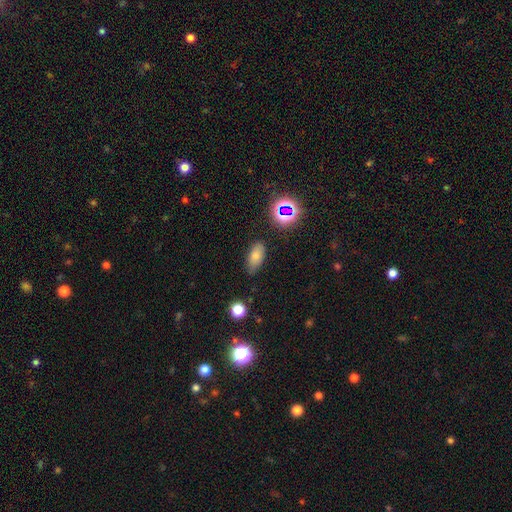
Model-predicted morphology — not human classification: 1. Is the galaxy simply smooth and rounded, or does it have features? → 72% smooth, 15% star or artifact, 13% featured or disk.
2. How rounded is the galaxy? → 87% in between, 7% cigar-shaped, 6% round.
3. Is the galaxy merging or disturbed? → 80% none, 15% minor disturbance, 3% major disturbance, 2% merger.